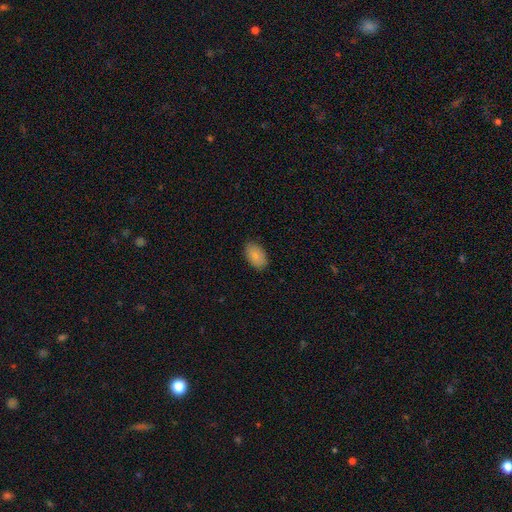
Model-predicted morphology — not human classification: Smooth or featured?
  - smooth: 86% *
  - featured or disk: 7%
  - star or artifact: 7%
How rounded?
  - in between: 93% *
  - round: 6%
  - cigar-shaped: 1%
Merging?
  - none: 86% *
  - minor disturbance: 11%
  - major disturbance: 2%
  - merger: 1%